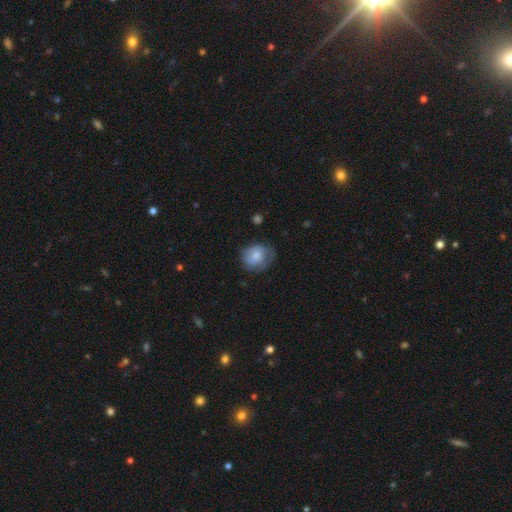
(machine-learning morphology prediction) Smooth or featured? smooth (58%)
How rounded? round (62%)
Merging? none (61%)